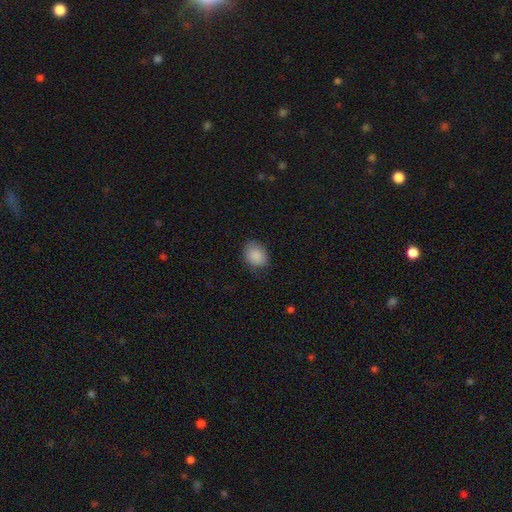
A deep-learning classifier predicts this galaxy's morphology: smooth 88%, star or artifact 8%, featured or disk 4%. Down the decision tree: how rounded — in between (60%); merging — none (77%).